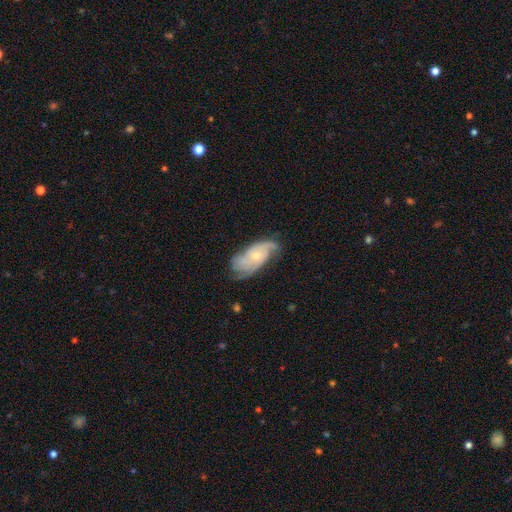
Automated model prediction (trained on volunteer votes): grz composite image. It shows a featured or disk galaxy (76%) with no bar (71%), 3 (33%) medium (42%) spiral arms (94%) and a small central bulge (59%). Merging: none (59%).